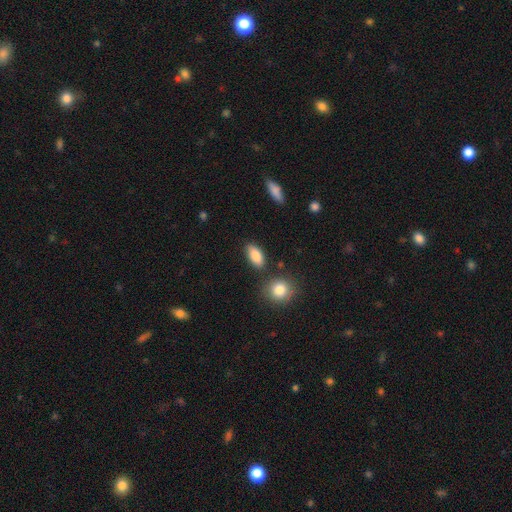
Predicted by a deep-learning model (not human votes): Morphology: type=smooth (86%); roundness=in between (88%); merging=none (81%).